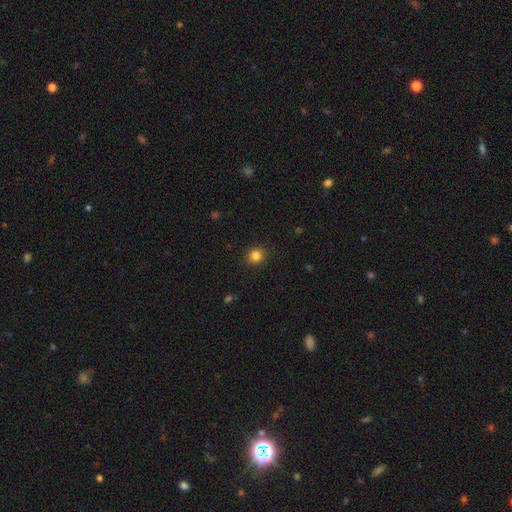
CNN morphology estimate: This is clearly a smooth galaxy (84%). How rounded: clearly round (88%). Merging: clearly none (91%).